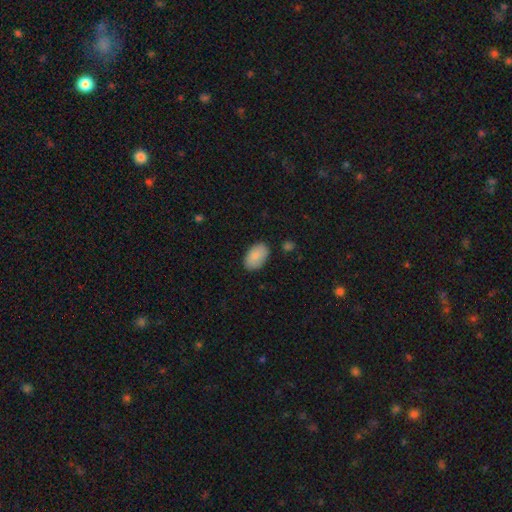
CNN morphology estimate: smooth_or_featured: smooth (p=0.88) [alt: star or artifact p=0.06]
how_rounded: in between (p=0.92) [alt: round p=0.06]
merging: none (p=0.83) [alt: minor disturbance p=0.13]